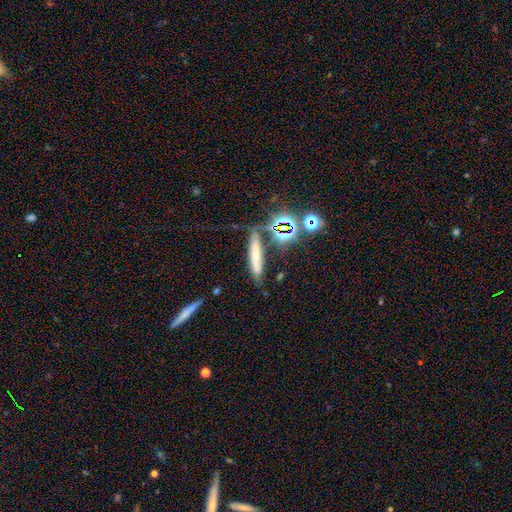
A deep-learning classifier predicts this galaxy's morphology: type=smooth (57%); roundness=cigar-shaped (85%); merging=none (67%).